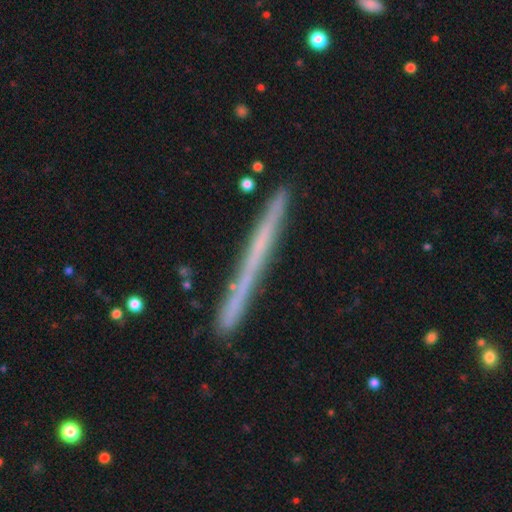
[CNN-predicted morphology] smooth-or-featured: featured or disk: 54% | smooth: 36% | star or artifact: 10%
  disk-edge-on: yes: 96% | no: 4%
    edge-on-bulge: none: 92% | rounded: 6% | boxy: 3%
  merging: none: 87% | minor disturbance: 9% | merger: 2% | major disturbance: 2%